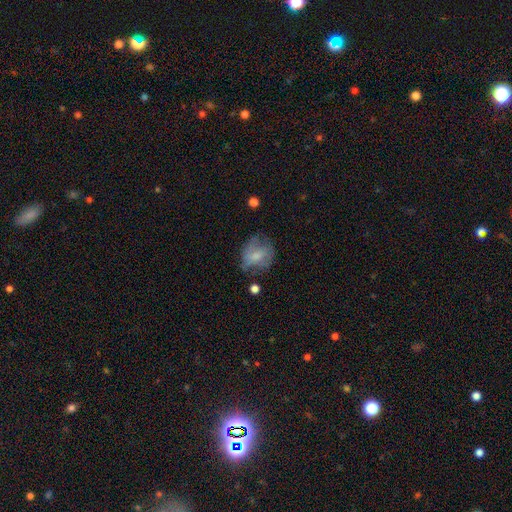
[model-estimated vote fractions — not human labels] Overall: smooth (57%; featured or disk 34%). How rounded: round (53%; in between 45%). Merging: none (49%; minor disturbance 28%).